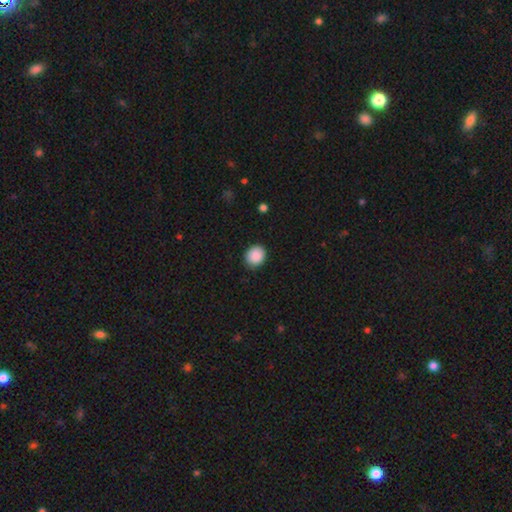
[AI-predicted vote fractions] This is clearly a smooth galaxy (89%). How rounded: likely round (70%). Merging: clearly none (86%).